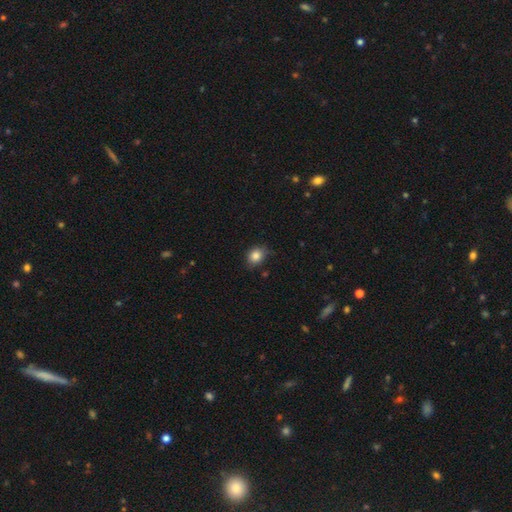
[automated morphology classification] This appears to be a smooth galaxy with no disk features (84%) that is round (59%). Merging: none (71%).